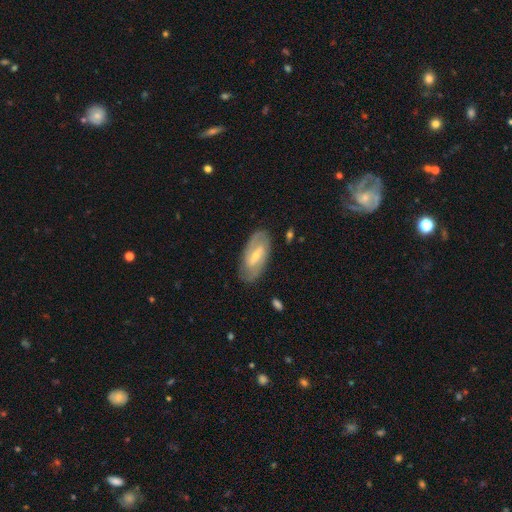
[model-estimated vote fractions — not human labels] Overall: featured or disk (72%). Edge-on disk: no (93%). Bar: weak (46%; strong 41%). Spiral arms: yes (83%). Spiral arm count: 2 (79%). Spiral winding: medium (43%; tight 36%). Bulge size: small (56%; moderate 37%). Merging: none (82%).